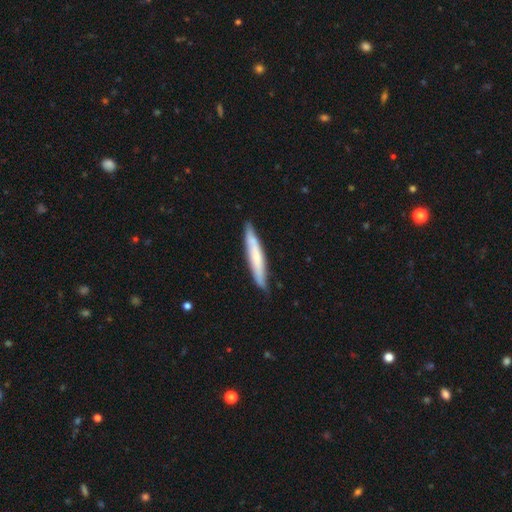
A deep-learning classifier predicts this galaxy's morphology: type=smooth (55%); roundness=cigar-shaped (93%); merging=none (83%).